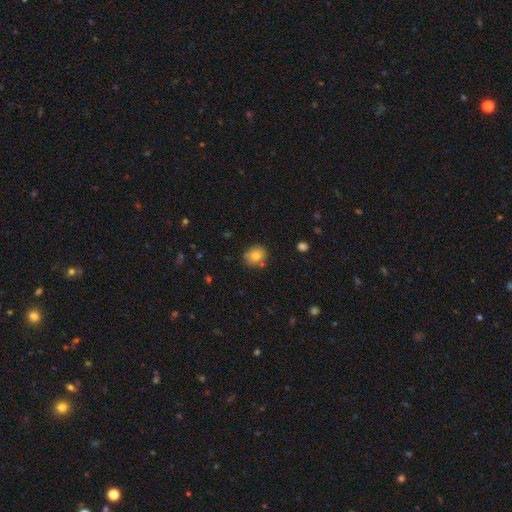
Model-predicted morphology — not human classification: A smooth galaxy with no disk features (79%) that is round (67%).

Vote fractions:
- Smooth or featured? smooth: 79% / featured or disk: 11% / star or artifact: 10%
- How rounded? round: 67% / in between: 32% / cigar-shaped: 1%
- Merging? none: 78% / minor disturbance: 14% / merger: 5% / major disturbance: 3%